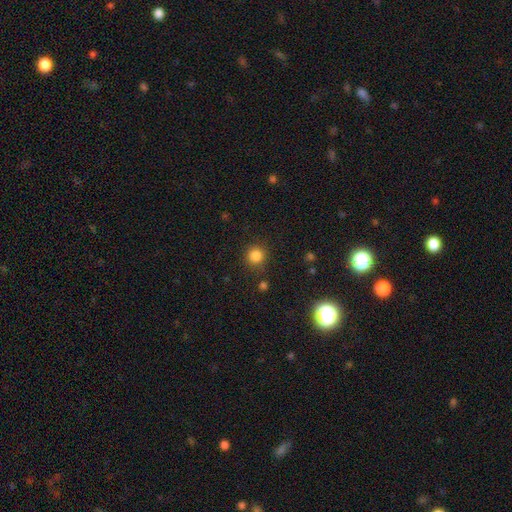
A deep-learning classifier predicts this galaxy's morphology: This appears to be a smooth galaxy with no disk features (84%) that is round (93%). Merging: none (85%).